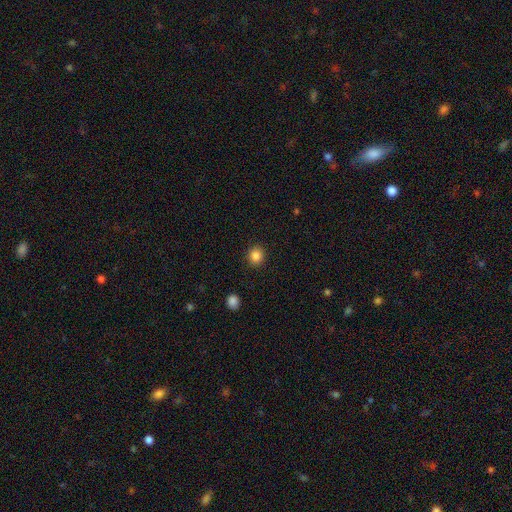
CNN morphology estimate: type=smooth (85%); roundness=round (84%); merging=none (91%).